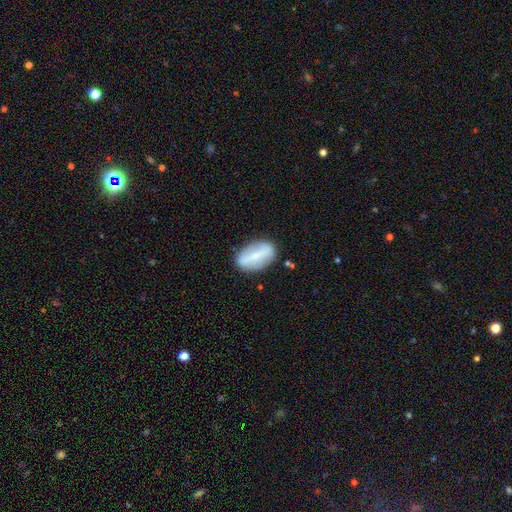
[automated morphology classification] Smooth or featured? smooth (52%)
How rounded? in between (86%)
Merging? none (81%)